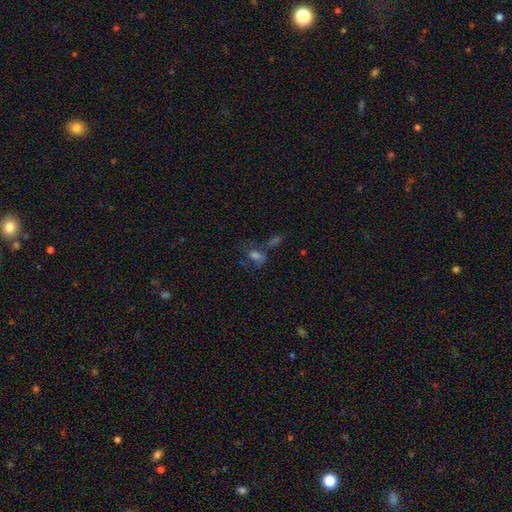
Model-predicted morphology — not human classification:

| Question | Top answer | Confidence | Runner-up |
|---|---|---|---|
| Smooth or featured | smooth | 50% | featured or disk (26%) |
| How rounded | in between | 77% | round (15%) |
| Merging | none | 39% | merger (28%) |